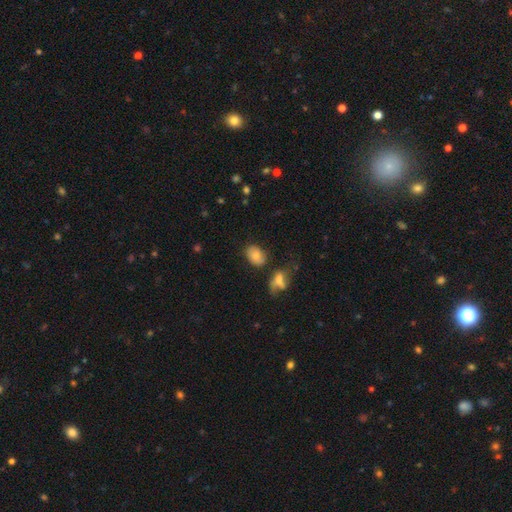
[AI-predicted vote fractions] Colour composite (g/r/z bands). It shows a smooth galaxy with no disk features (72%) that is in between round and cigar-shaped (77%). Merging: none (64%).